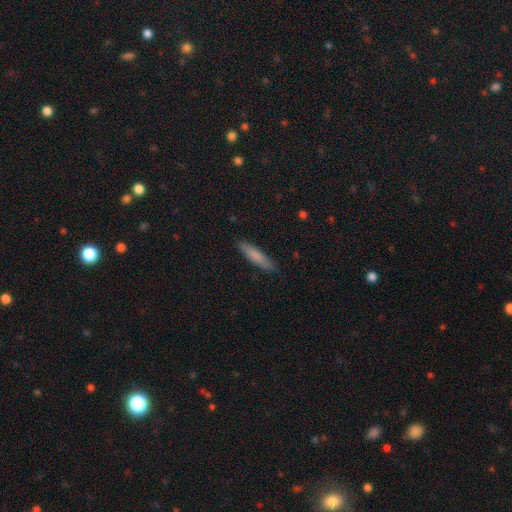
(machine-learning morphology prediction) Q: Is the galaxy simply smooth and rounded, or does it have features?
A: smooth — 79%.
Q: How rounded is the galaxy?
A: cigar-shaped — 83%.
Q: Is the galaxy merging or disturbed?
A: none — 88%.